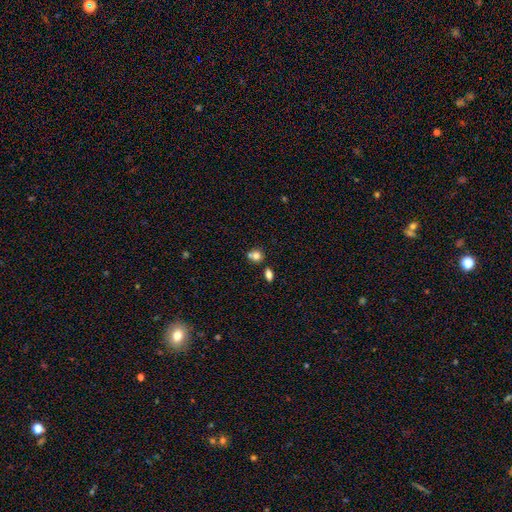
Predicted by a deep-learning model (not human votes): A smooth galaxy with no disk features (78%) that is round (77%). Merging: none (52%).